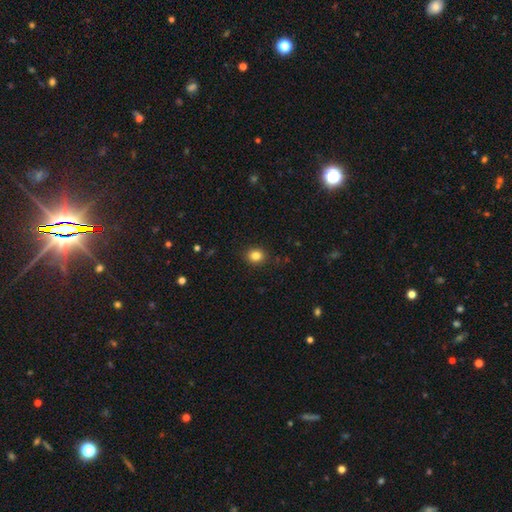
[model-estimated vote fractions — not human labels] Smooth or featured? smooth (84%)
How rounded? round (74%)
Merging? none (89%)